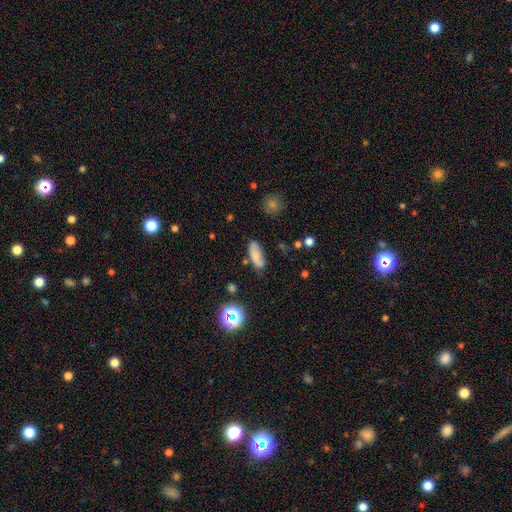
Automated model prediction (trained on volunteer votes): This appears to be a smooth galaxy with no disk features (73%) that is in between round and cigar-shaped (76%). Merging: none (72%).